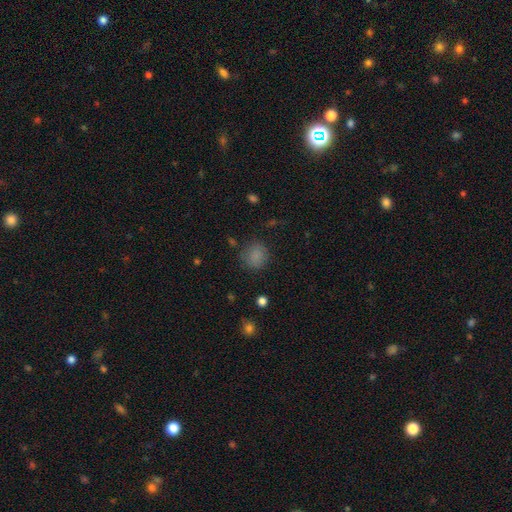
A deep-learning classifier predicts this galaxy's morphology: smooth_or_featured: smooth (p=0.82) [alt: star or artifact p=0.13]
how_rounded: round (p=0.81) [alt: in between p=0.18]
merging: none (p=0.78) [alt: minor disturbance p=0.15]